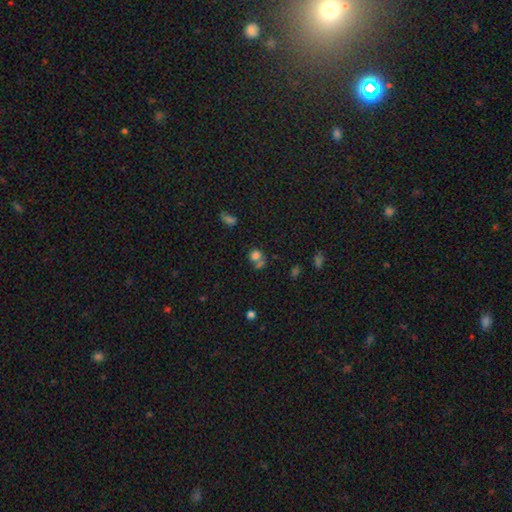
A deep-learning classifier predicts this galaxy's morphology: Q: Smooth or featured?
A: smooth (72%); runner-up: star or artifact (18%)
Q: How rounded?
A: round (72%); runner-up: in between (26%)
Q: Merging?
A: none (43%); runner-up: merger (37%)